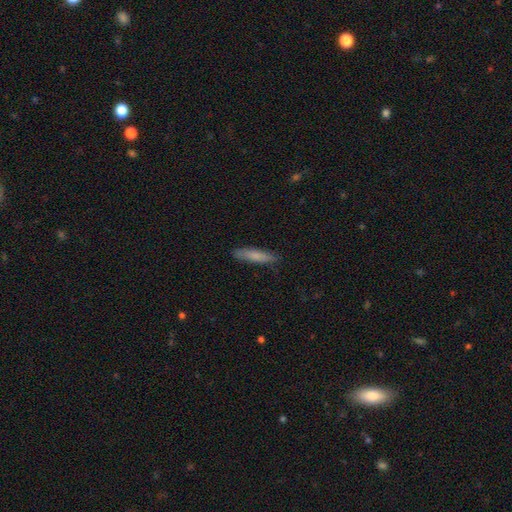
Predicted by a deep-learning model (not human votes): smooth 76%, featured or disk 18%, star or artifact 6%. Down the decision tree: how rounded — cigar-shaped (83%); merging — none (86%).